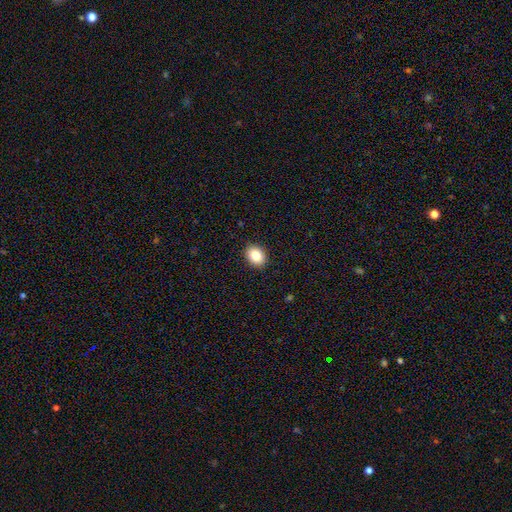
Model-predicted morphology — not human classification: A smooth galaxy with no disk features (85%) that is in between round and cigar-shaped (59%). Merging: none (90%).